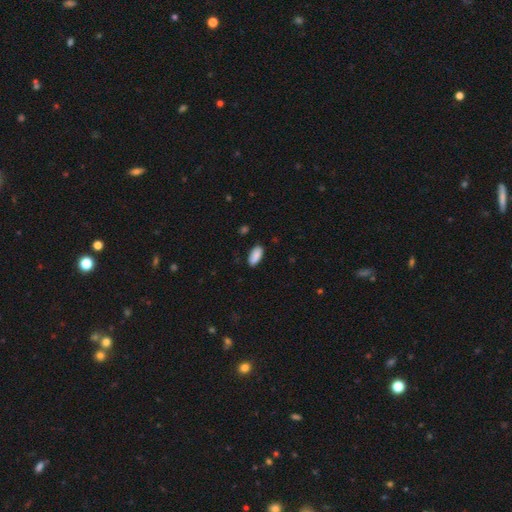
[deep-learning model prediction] This appears to be a smooth galaxy with no disk features (89%) that is in between round and cigar-shaped (90%). Merging: none (85%).